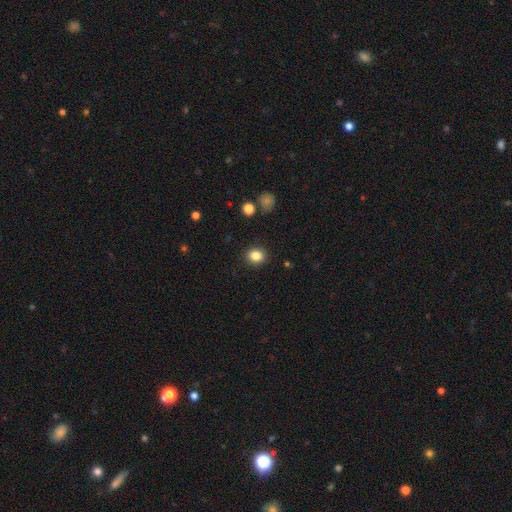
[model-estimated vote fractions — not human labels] smooth_or_featured: smooth (p=0.84) [alt: star or artifact p=0.11]
how_rounded: round (p=0.69) [alt: in between p=0.30]
merging: none (p=0.89) [alt: minor disturbance p=0.07]